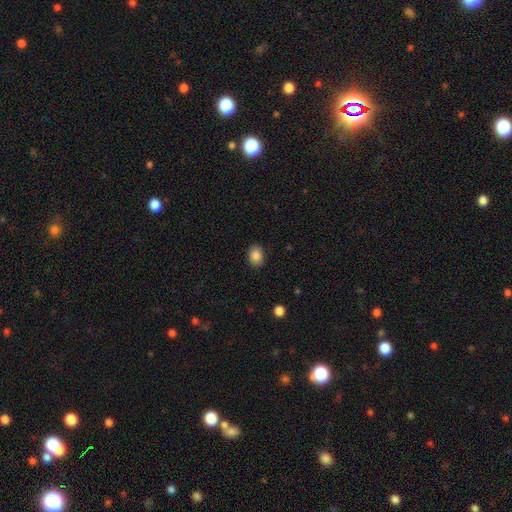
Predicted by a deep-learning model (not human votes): The model was most divided on "how rounded": in between: 71%, round: 28%, cigar-shaped: 1%. More confident: merging — none (88%); smooth or featured — smooth (86%).